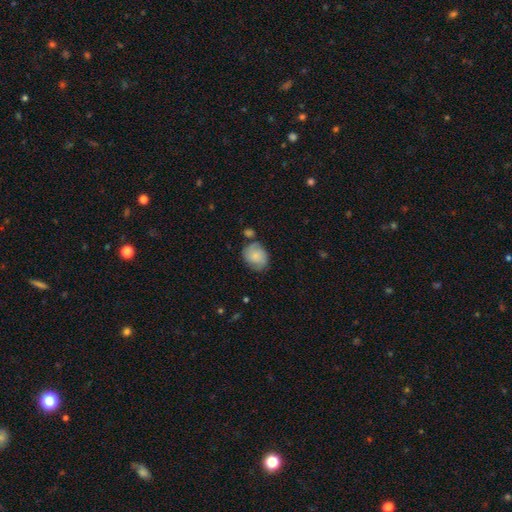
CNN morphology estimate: Smooth or featured: smooth — 71% (featured or disk — 21%)
How rounded: in between — 53% (round — 46%)
Merging: none — 60% (minor disturbance — 24%)